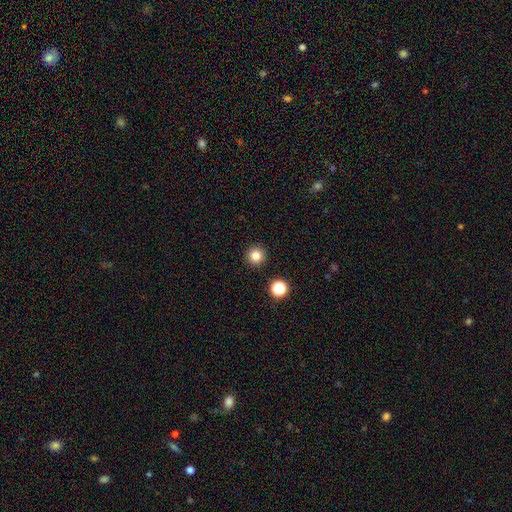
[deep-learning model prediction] A smooth galaxy with no disk features (82%) that is round (96%).

Vote fractions:
- Smooth or featured? smooth: 82% / star or artifact: 13% / featured or disk: 5%
- How rounded? round: 96% / in between: 3% / cigar-shaped: 1%
- Merging? none: 93% / minor disturbance: 4% / major disturbance: 2% / merger: 2%